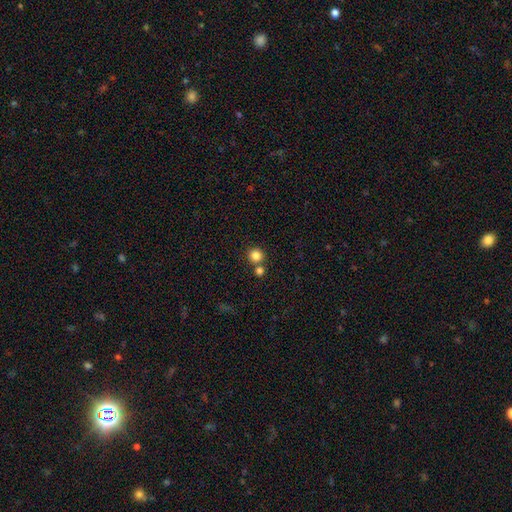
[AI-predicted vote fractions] Smooth or featured? Predicted: smooth (p=0.83). How rounded? Predicted: round (p=0.93). Merging? Predicted: none (p=0.70).